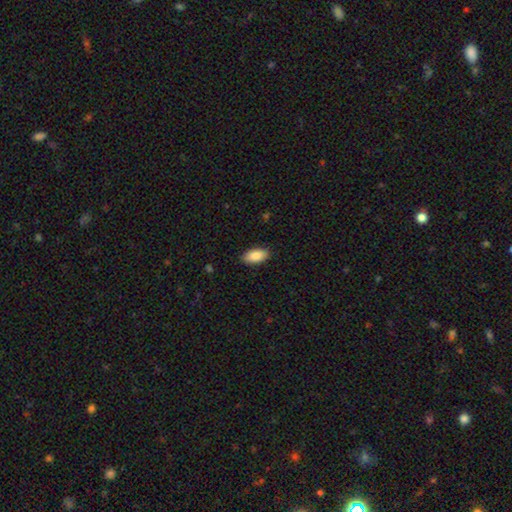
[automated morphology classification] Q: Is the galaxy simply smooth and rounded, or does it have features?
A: smooth — 88%.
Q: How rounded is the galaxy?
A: in between — 93%.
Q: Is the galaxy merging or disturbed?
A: none — 89%.